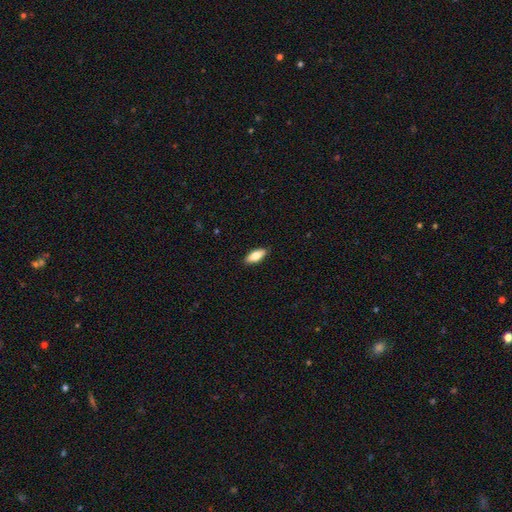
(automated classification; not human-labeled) The model was most divided on "how rounded": in between: 78%, cigar-shaped: 20%, round: 2%. More confident: merging — none (89%); smooth or featured — smooth (77%).